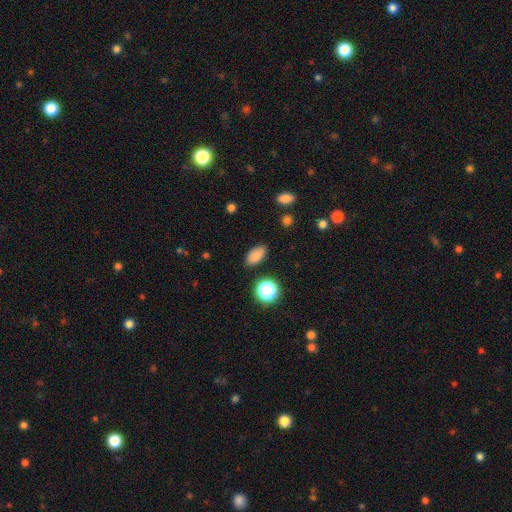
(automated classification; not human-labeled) Smooth or featured? smooth (84%)
How rounded? in between (90%)
Merging? none (86%)